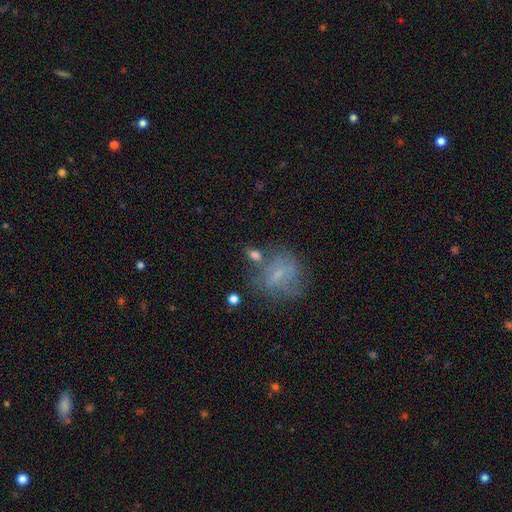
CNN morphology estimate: A smooth galaxy with no disk features (49%). Merging: none (53%).